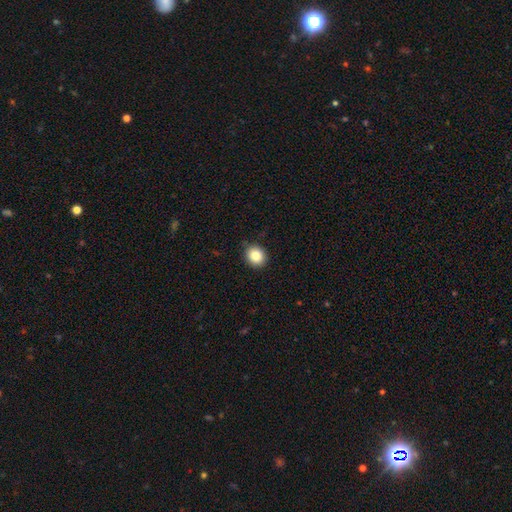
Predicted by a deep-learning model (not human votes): smooth-or-featured: smooth: 84% | star or artifact: 10% | featured or disk: 6%
  how-rounded: round: 75% | in between: 24% | cigar-shaped: 1%
  merging: none: 89% | minor disturbance: 8% | major disturbance: 2% | merger: 1%